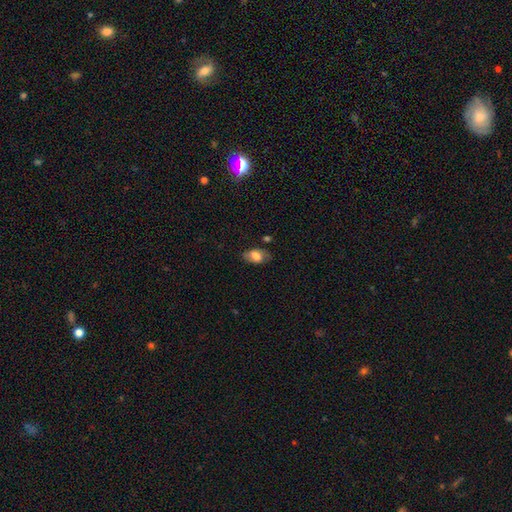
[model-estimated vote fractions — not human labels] Q: Smooth or featured?
A: smooth (70%); runner-up: featured or disk (23%)
Q: How rounded?
A: in between (92%); runner-up: round (6%)
Q: Merging?
A: none (71%); runner-up: minor disturbance (20%)